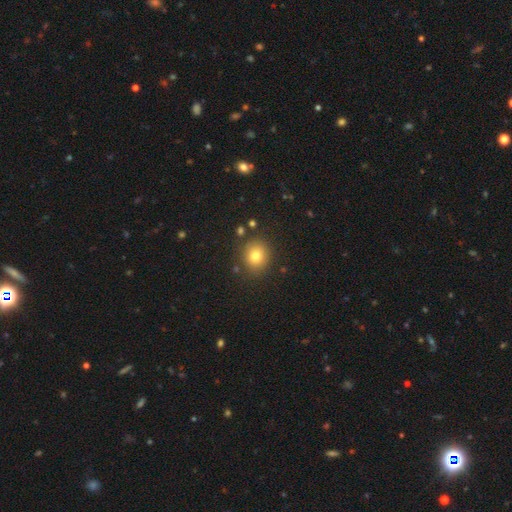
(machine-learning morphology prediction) smooth 79%, star or artifact 13%, featured or disk 9%. Down the decision tree: how rounded — round (81%); merging — none (86%).